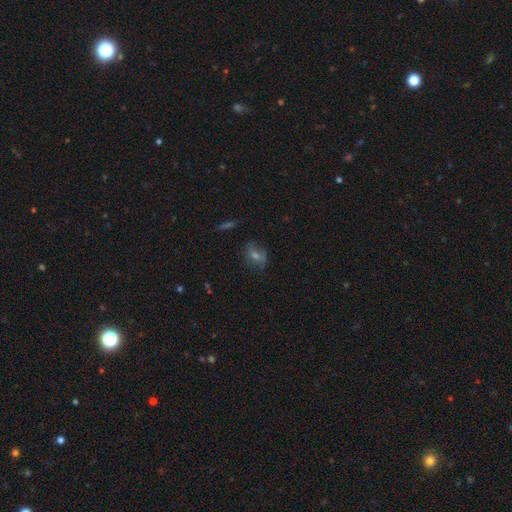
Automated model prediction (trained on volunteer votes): The model was most divided on "smooth or featured" (2-way tie): featured or disk: 38%, smooth: 38%, star or artifact: 24%. More confident: merging — none (72%).